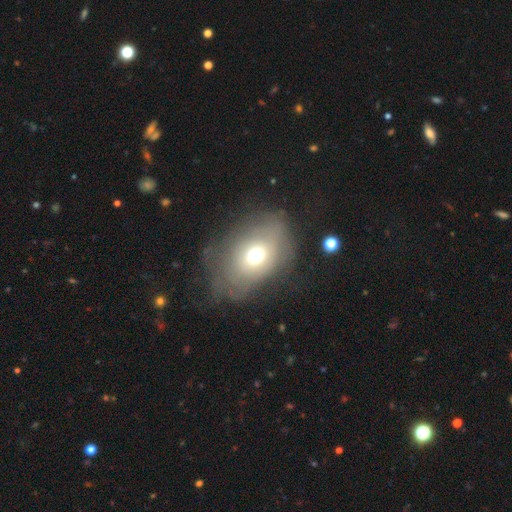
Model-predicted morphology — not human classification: The model was most divided on "merging": none: 48%, major disturbance: 25%, minor disturbance: 25%, merger: 2%. More confident: how rounded — in between (62%); smooth or featured — smooth (61%).